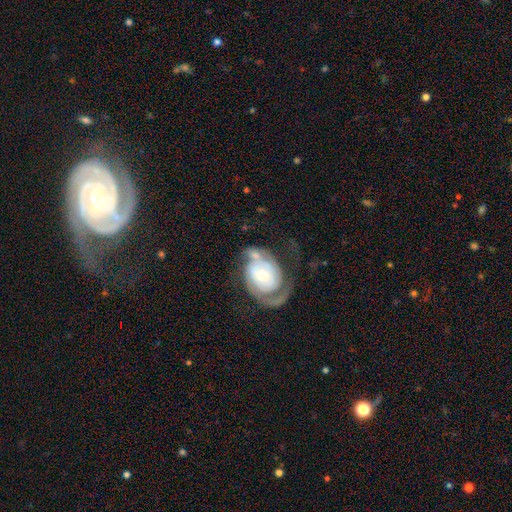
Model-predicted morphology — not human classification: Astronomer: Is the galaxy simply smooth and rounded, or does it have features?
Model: featured or disk — 80%.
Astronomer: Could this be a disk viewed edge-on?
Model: no — 97%.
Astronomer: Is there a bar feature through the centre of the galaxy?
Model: no — 74%.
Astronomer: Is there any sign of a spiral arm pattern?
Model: yes — 87%.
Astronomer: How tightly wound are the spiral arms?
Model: tight — 50% (runner-up: medium, 33%).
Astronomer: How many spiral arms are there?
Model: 2 — 51%.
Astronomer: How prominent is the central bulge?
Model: moderate — 55% (runner-up: small, 38%).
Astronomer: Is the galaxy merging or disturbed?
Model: none — 40% (runner-up: major disturbance, 30%).